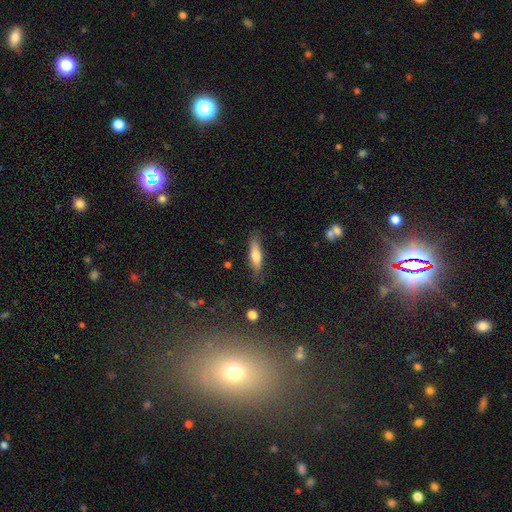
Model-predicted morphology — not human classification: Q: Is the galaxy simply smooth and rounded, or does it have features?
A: smooth — 67%.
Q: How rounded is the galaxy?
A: cigar-shaped — 65%.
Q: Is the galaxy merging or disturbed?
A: none — 81%.